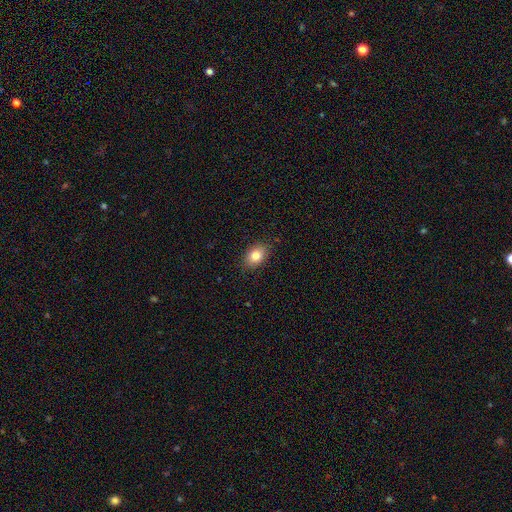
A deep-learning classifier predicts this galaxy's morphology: Overall: smooth (82%). How rounded: in between (78%). Merging: none (85%).